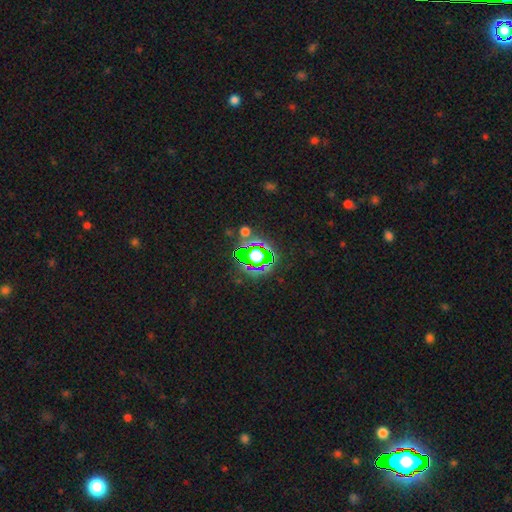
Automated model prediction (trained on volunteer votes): Q: Smooth or featured?
A: star or artifact (63%); runner-up: smooth (19%)